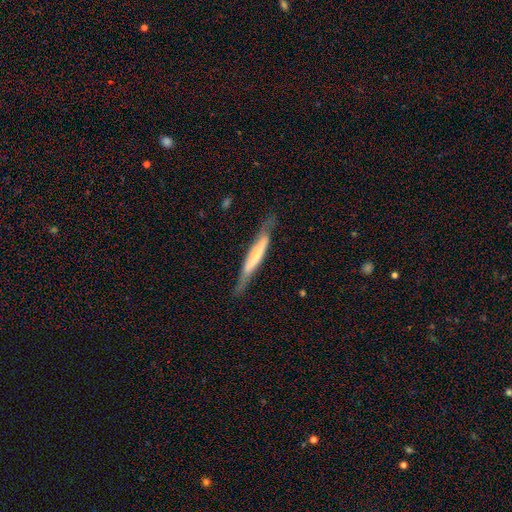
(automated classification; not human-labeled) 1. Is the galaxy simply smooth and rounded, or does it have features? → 56% featured or disk, 38% smooth, 6% star or artifact.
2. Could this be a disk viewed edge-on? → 81% yes, 19% no.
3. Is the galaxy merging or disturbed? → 73% none, 20% minor disturbance, 6% major disturbance, 2% merger.